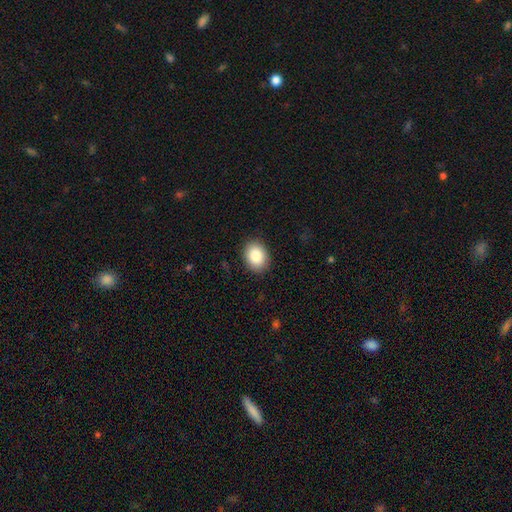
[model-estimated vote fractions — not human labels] This is clearly a smooth galaxy (88%). How rounded: likely in between (62%). Merging: clearly none (88%).